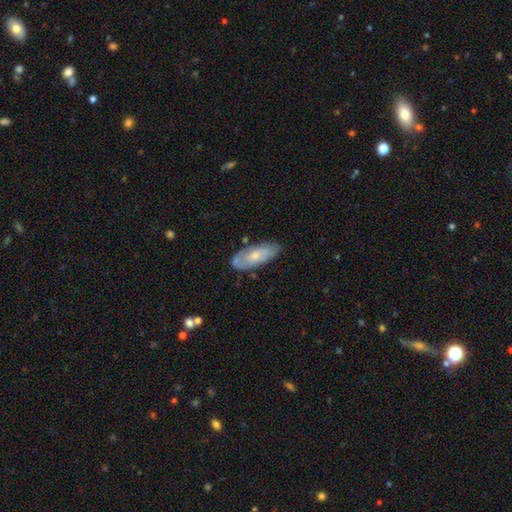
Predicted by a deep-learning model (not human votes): This is possibly a smooth galaxy (55%). How rounded: likely in between (78%). Merging: likely none (71%).